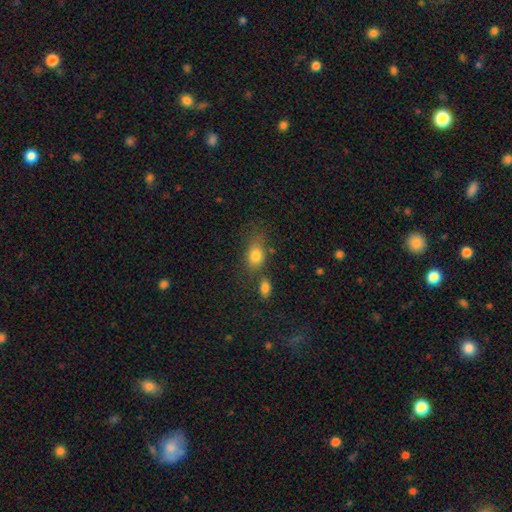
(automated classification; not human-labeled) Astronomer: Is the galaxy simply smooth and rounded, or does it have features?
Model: smooth — 79%.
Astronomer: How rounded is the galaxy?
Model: in between — 71%.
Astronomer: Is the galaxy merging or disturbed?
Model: none — 56%.